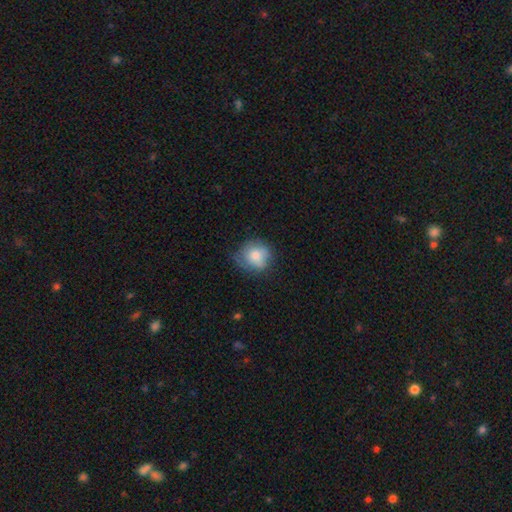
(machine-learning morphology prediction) Smooth or featured: smooth — 74% (featured or disk — 18%)
How rounded: round — 80% (in between — 19%)
Merging: none — 59% (minor disturbance — 30%)